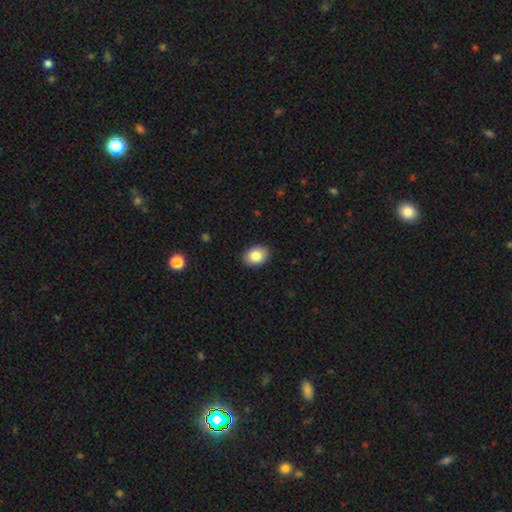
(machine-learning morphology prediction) Overall: smooth (84%). How rounded: in between (71%). Merging: none (90%).